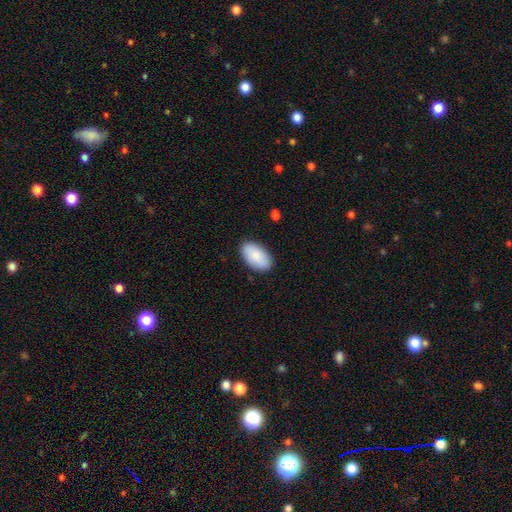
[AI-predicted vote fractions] Q: Smooth or featured?
A: smooth (86%); runner-up: featured or disk (8%)
Q: How rounded?
A: in between (95%); runner-up: round (3%)
Q: Merging?
A: none (87%); runner-up: minor disturbance (10%)